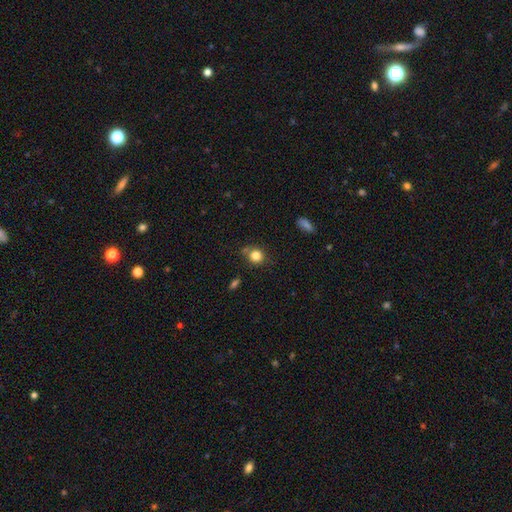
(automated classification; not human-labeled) Smooth or featured: smooth — 81% (star or artifact — 12%)
How rounded: round — 84% (in between — 15%)
Merging: none — 72% (minor disturbance — 17%)